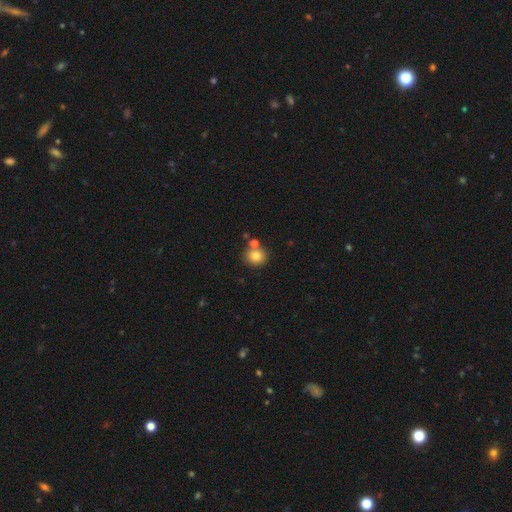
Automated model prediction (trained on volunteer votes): A smooth galaxy with no disk features (81%) that is round (76%).

Vote fractions:
- Smooth or featured? smooth: 81% / star or artifact: 11% / featured or disk: 8%
- How rounded? round: 76% / in between: 23% / cigar-shaped: 1%
- Merging? none: 69% / merger: 19% / minor disturbance: 10% / major disturbance: 3%